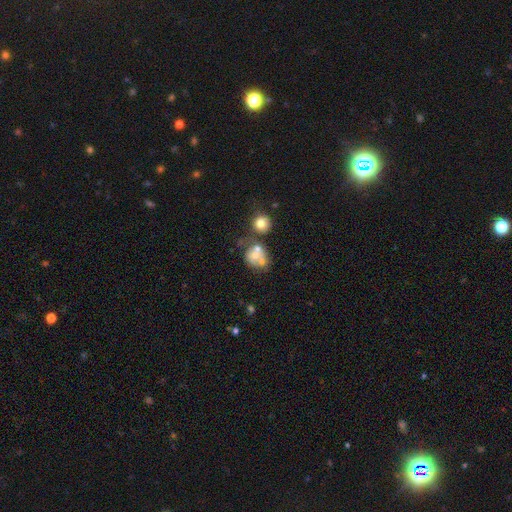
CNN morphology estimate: Q: Smooth or featured?
A: smooth (52%); runner-up: featured or disk (37%)
Q: How rounded?
A: round (64%); runner-up: in between (35%)
Q: Merging?
A: merger (46%); runner-up: none (29%)